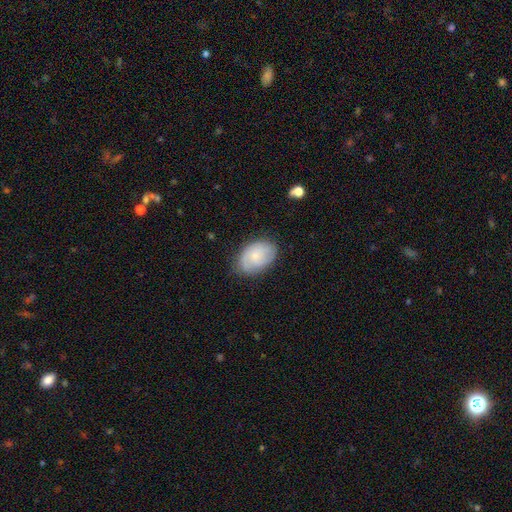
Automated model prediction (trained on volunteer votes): Q: Smooth or featured?
A: smooth (55%); runner-up: featured or disk (38%)
Q: How rounded?
A: in between (85%); runner-up: round (14%)
Q: Merging?
A: none (73%); runner-up: minor disturbance (20%)